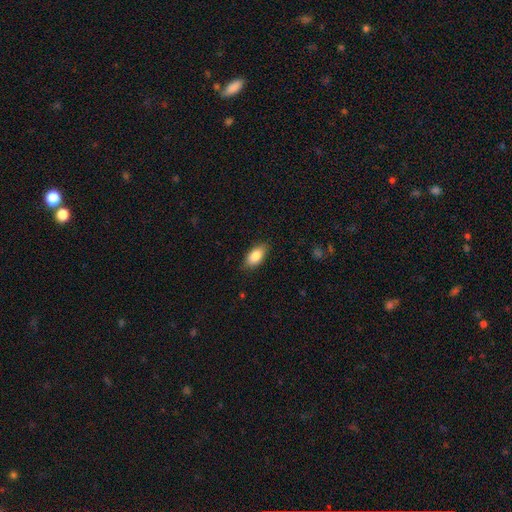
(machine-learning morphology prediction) A smooth galaxy with no disk features (84%) that is in between round and cigar-shaped (90%).

Vote fractions:
- Smooth or featured? smooth: 84% / featured or disk: 9% / star or artifact: 7%
- How rounded? in between: 90% / cigar-shaped: 6% / round: 4%
- Merging? none: 83% / minor disturbance: 13% / major disturbance: 3% / merger: 1%